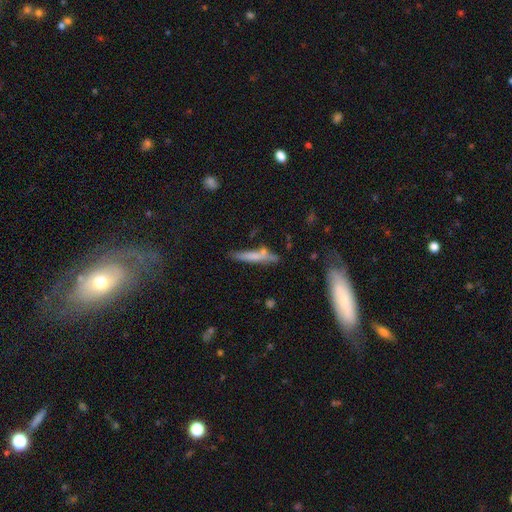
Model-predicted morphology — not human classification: The model was most divided on "smooth or featured": smooth: 62%, featured or disk: 30%, star or artifact: 8%. More confident: how rounded — cigar-shaped (89%); merging — none (64%).